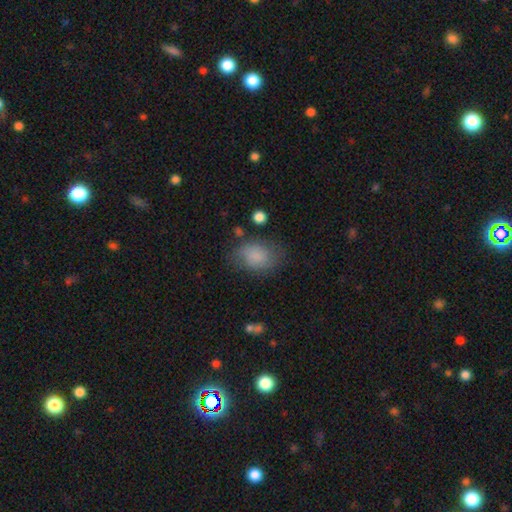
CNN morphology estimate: Smooth or featured: smooth — 79% (featured or disk — 12%)
How rounded: in between — 73% (round — 26%)
Merging: none — 62% (minor disturbance — 24%)